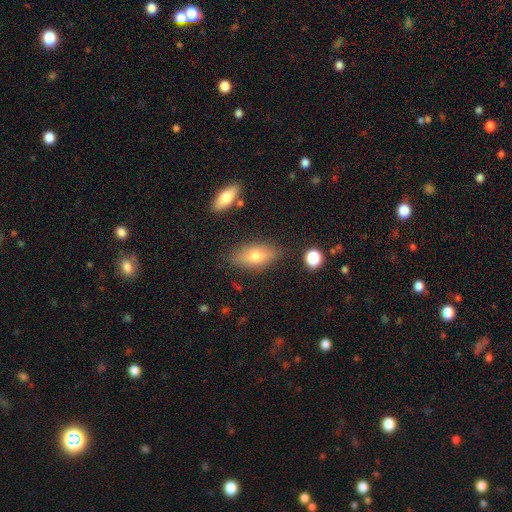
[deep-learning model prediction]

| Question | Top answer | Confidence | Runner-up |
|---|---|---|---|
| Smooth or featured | smooth | 63% | featured or disk (29%) |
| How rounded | in between | 78% | cigar-shaped (17%) |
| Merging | none | 81% | minor disturbance (13%) |